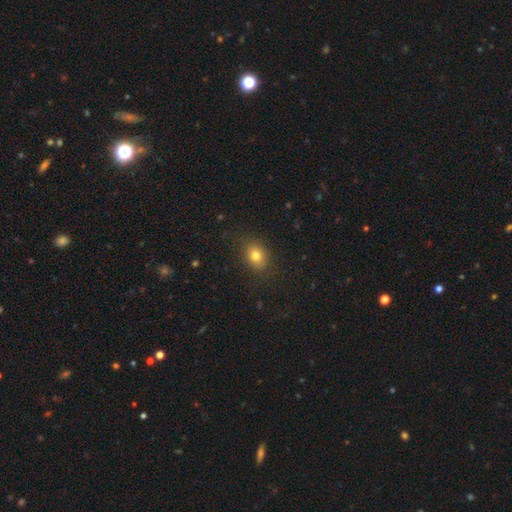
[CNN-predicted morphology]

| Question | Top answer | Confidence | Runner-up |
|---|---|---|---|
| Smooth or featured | smooth | 80% | star or artifact (12%) |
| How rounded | in between | 57% | round (42%) |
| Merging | none | 85% | minor disturbance (11%) |